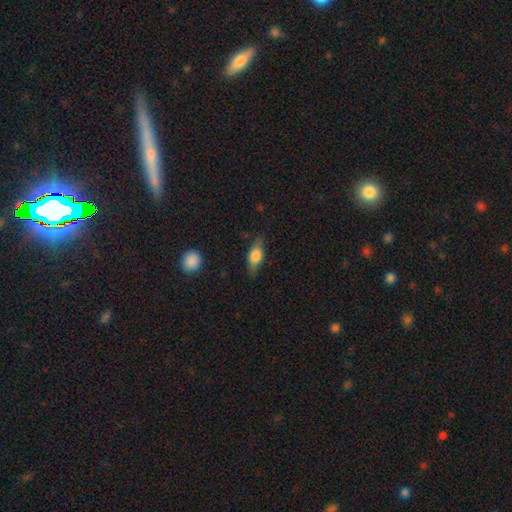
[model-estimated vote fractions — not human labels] smooth_or_featured: smooth (p=0.60) [alt: featured or disk p=0.33]
how_rounded: in between (p=0.71) [alt: cigar-shaped p=0.22]
merging: none (p=0.75) [alt: minor disturbance p=0.19]